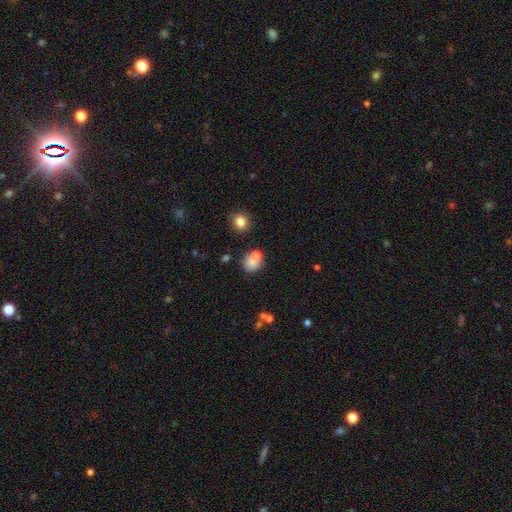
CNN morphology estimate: smooth-or-featured: smooth: 74% | featured or disk: 14% | star or artifact: 12%
  how-rounded: round: 64% | in between: 34% | cigar-shaped: 1%
  merging: none: 48% | merger: 32% | minor disturbance: 14% | major disturbance: 7%